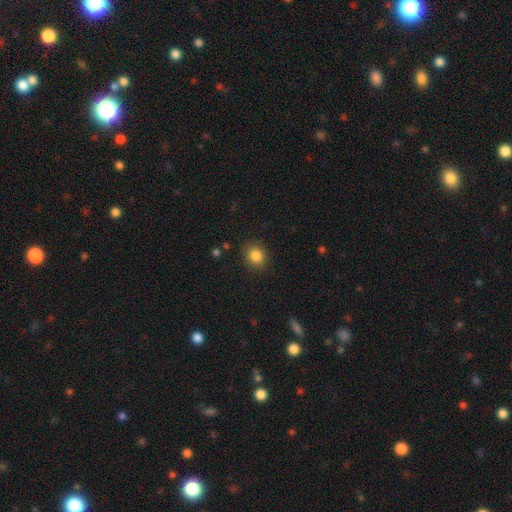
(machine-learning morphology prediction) The model was most divided on "how rounded": round: 74%, in between: 25%, cigar-shaped: 1%. More confident: merging — none (87%); smooth or featured — smooth (85%).